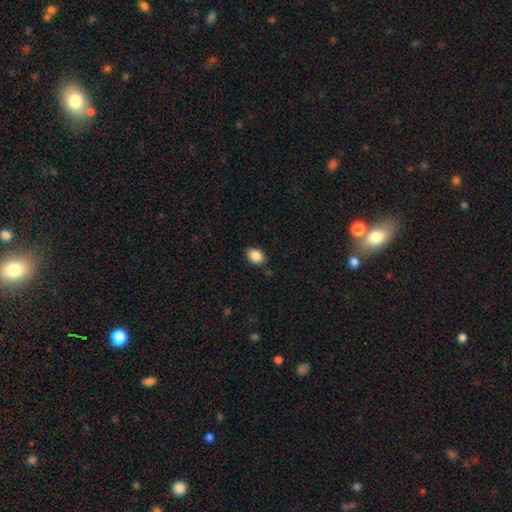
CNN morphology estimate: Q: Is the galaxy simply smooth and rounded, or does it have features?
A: smooth — 88%.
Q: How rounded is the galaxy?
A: in between — 72%.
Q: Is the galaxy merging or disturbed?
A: none — 84%.